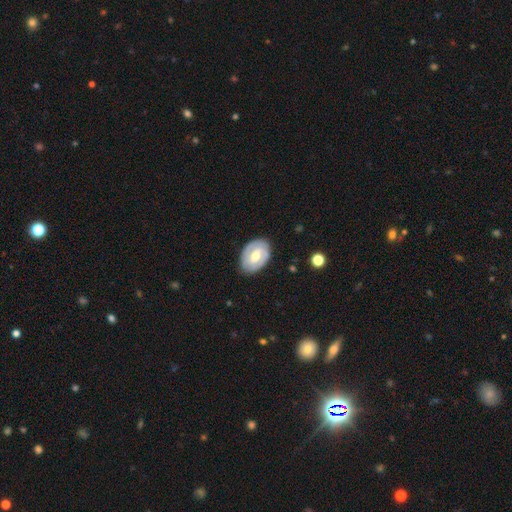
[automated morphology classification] Smooth or featured?
  - featured or disk: 66% *
  - smooth: 29%
  - star or artifact: 5%
Edge-on disk?
  - no: 96% *
  - yes: 4%
Bar?
  - weak: 48% *
  - no: 30%
  - strong: 22%
Spiral arms?
  - yes: 69% *
  - no: 31%
Bulge size?
  - moderate: 68% *
  - small: 20%
  - large: 10%
  - none: 2%
  - dominant: 1%
Merging?
  - none: 82% *
  - minor disturbance: 14%
  - major disturbance: 3%
  - merger: 1%